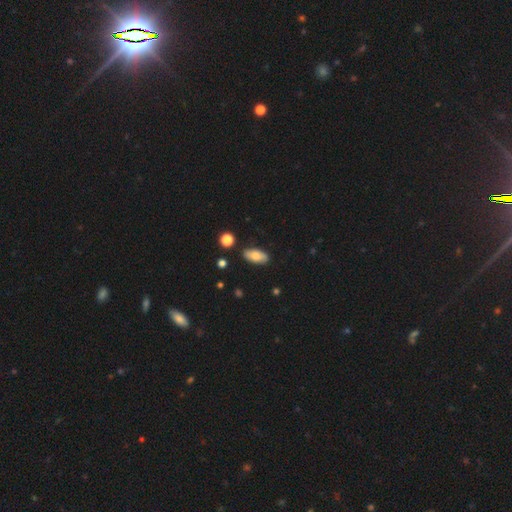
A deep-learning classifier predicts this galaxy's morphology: This is likely a smooth galaxy (76%). How rounded: clearly in between (89%). Merging: clearly none (85%).